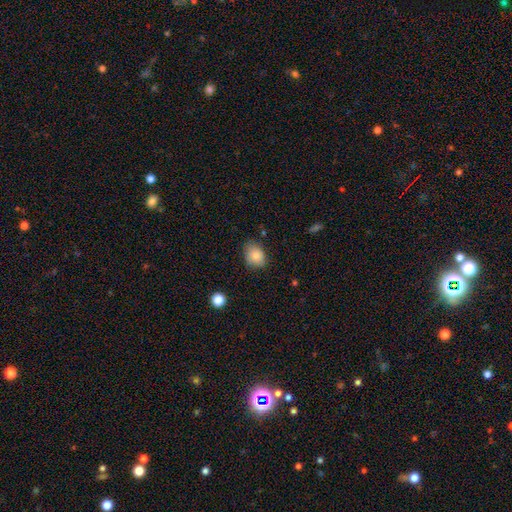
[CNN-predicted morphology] Smooth or featured: smooth — 84% (star or artifact — 9%)
How rounded: in between — 62% (round — 37%)
Merging: none — 72% (minor disturbance — 22%)